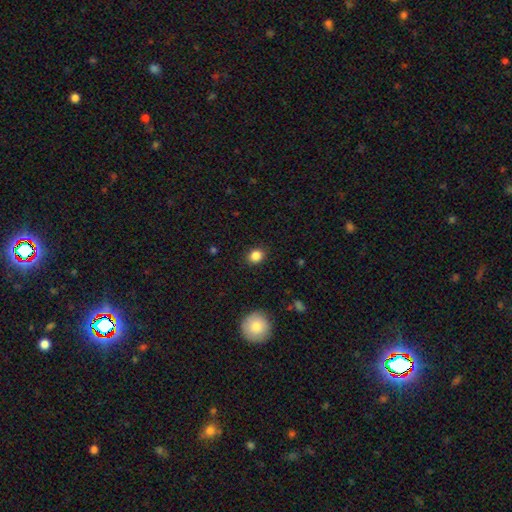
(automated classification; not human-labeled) Smooth or featured? Predicted: smooth (p=0.85). How rounded? Predicted: round (p=0.67). Merging? Predicted: none (p=0.89).